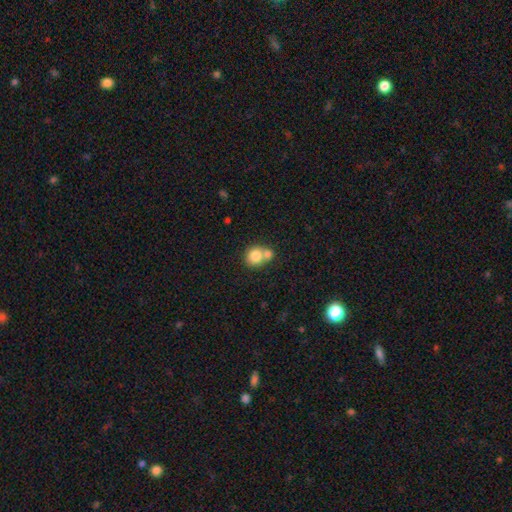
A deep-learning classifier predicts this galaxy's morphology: type=smooth (79%); roundness=round (83%); merging=merger (50%).